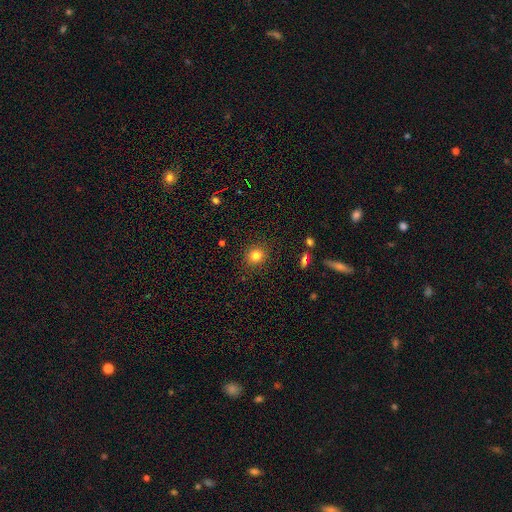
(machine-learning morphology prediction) Smooth or featured? Predicted: smooth (p=0.82). How rounded? Predicted: round (p=0.82). Merging? Predicted: none (p=0.89).